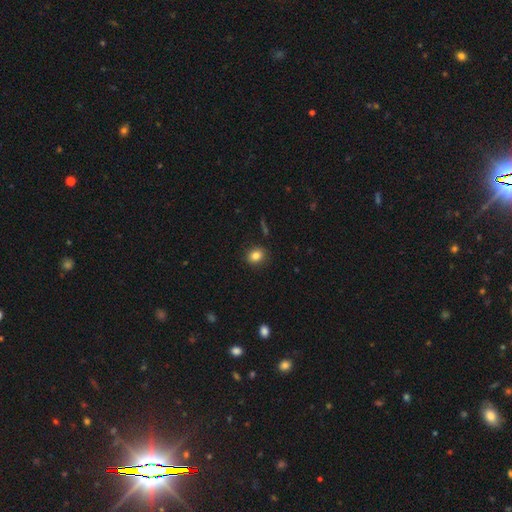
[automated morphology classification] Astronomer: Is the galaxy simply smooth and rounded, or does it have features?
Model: smooth — 84%.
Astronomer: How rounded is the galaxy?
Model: round — 57% (runner-up: in between, 42%).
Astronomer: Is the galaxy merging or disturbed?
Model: none — 89%.